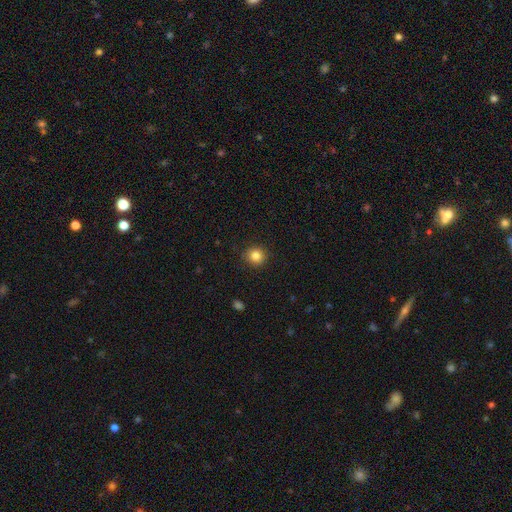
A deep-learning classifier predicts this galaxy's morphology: This is clearly a smooth galaxy (84%). How rounded: clearly round (91%). Merging: clearly none (90%).